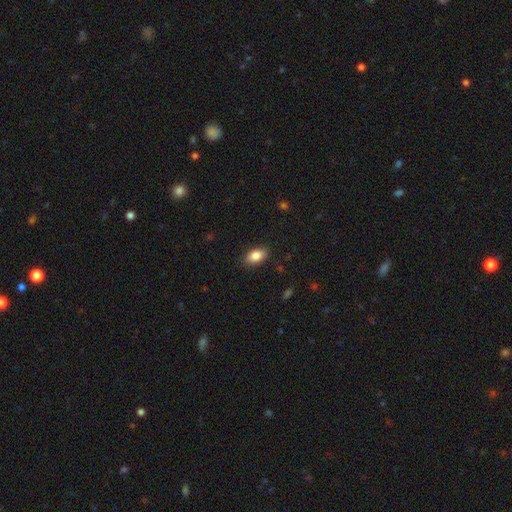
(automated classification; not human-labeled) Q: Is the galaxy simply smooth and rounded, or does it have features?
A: smooth — 86%.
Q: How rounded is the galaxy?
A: in between — 90%.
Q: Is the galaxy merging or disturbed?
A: none — 86%.